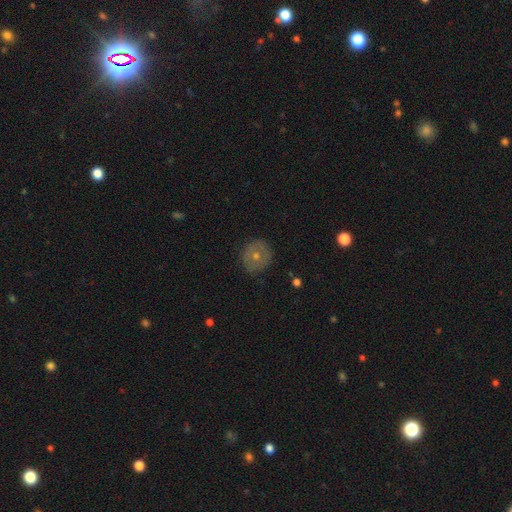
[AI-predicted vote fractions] Q: Smooth or featured?
A: smooth (56%); runner-up: featured or disk (35%)
Q: How rounded?
A: round (89%); runner-up: in between (10%)
Q: Merging?
A: none (86%); runner-up: minor disturbance (10%)